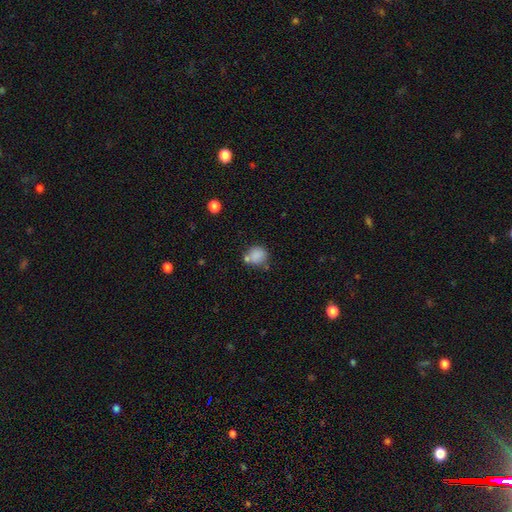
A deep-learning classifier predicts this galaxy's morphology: A smooth galaxy with no disk features (81%) that is round (74%). Merging: none (54%).